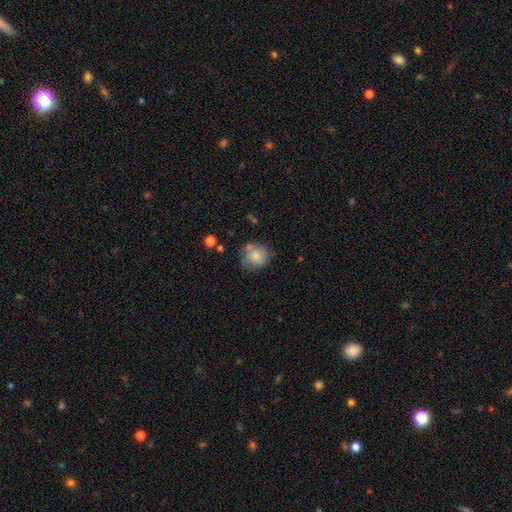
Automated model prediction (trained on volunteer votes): Smooth or featured? Predicted: smooth (p=0.75). How rounded? Predicted: round (p=0.84). Merging? Predicted: none (p=0.59).